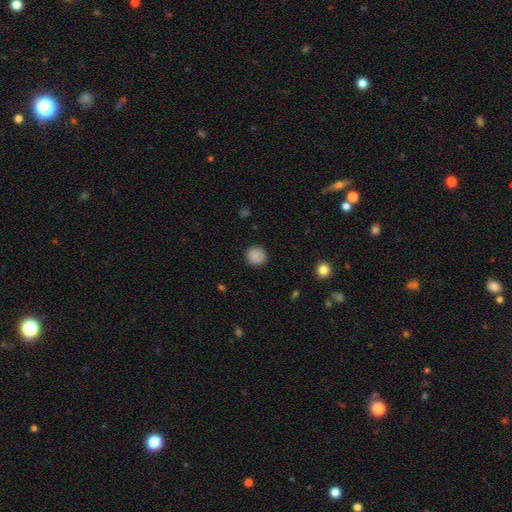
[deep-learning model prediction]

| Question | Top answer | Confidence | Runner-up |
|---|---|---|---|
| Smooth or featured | smooth | 88% | star or artifact (9%) |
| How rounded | round | 91% | in between (8%) |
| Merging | none | 90% | minor disturbance (7%) |